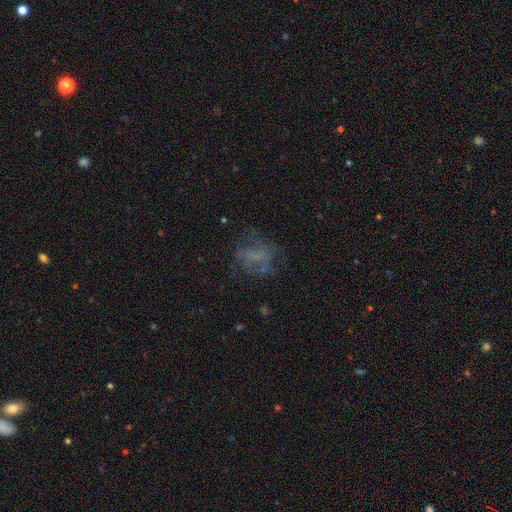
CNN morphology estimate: Smooth or featured? featured or disk (42%)
Merging? none (53%)